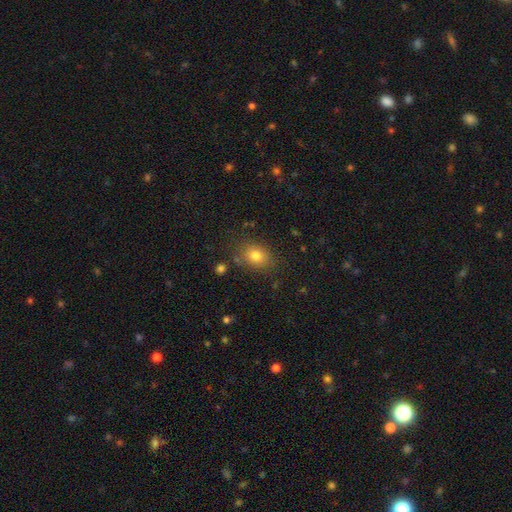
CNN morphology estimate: Smooth or featured?
  - smooth: 79% *
  - star or artifact: 12%
  - featured or disk: 9%
How rounded?
  - in between: 59% *
  - round: 40%
  - cigar-shaped: 1%
Merging?
  - none: 78% *
  - minor disturbance: 14%
  - major disturbance: 5%
  - merger: 3%